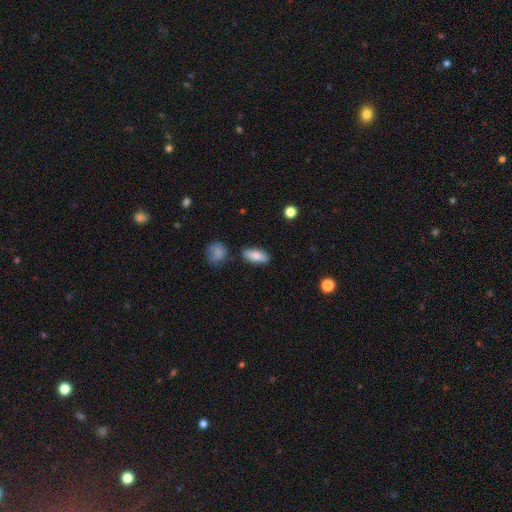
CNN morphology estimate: This appears to be a smooth galaxy with no disk features (83%) that is in between round and cigar-shaped (79%). Merging: none (84%).